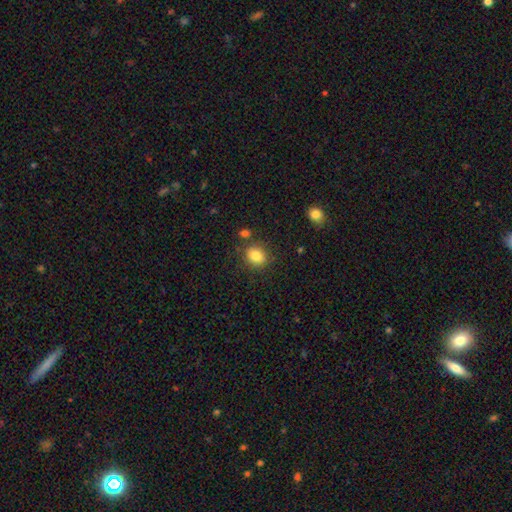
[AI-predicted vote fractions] A smooth galaxy with no disk features (84%) that is round (51%).

Vote fractions:
- Smooth or featured? smooth: 84% / star or artifact: 10% / featured or disk: 6%
- How rounded? round: 51% / in between: 48% / cigar-shaped: 1%
- Merging? none: 80% / minor disturbance: 12% / merger: 5% / major disturbance: 3%